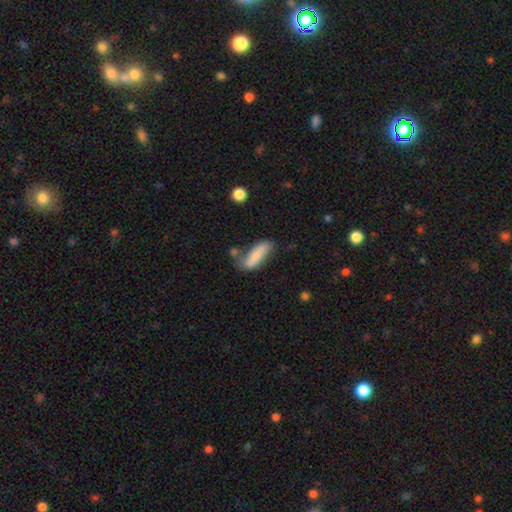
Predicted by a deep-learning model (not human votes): smooth_or_featured: smooth (p=0.75) [alt: featured or disk p=0.19]
how_rounded: in between (p=0.53) [alt: cigar-shaped p=0.45]
merging: none (p=0.49) [alt: minor disturbance p=0.28]